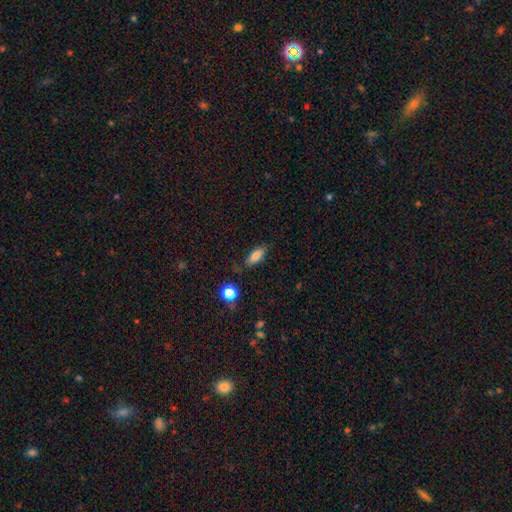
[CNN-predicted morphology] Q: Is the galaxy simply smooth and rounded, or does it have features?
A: smooth — 81%.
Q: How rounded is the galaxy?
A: in between — 80%.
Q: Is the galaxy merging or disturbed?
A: none — 75%.